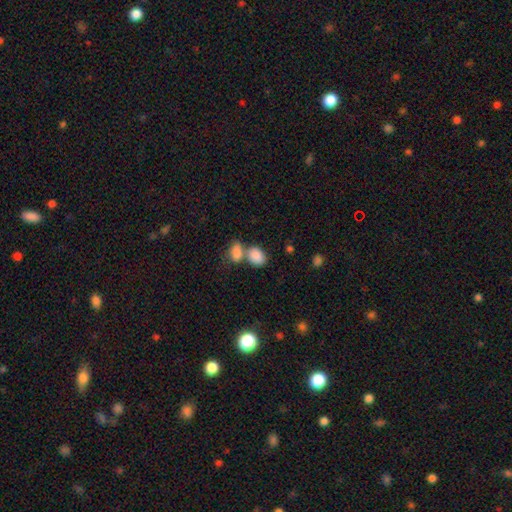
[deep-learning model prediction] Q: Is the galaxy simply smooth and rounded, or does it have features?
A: smooth — 86%.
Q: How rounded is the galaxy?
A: in between — 80%.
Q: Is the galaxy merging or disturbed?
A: merger — 54%.